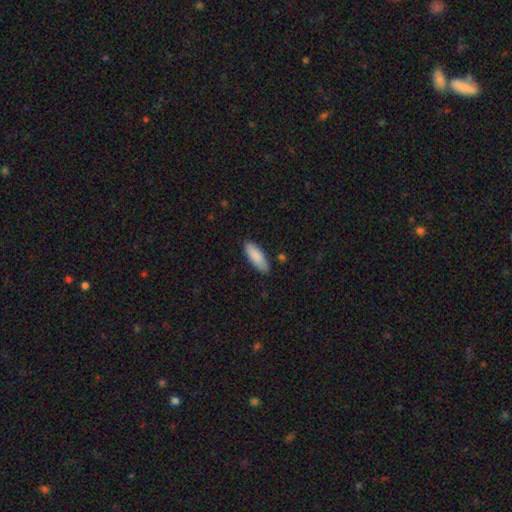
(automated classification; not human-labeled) Morphology: type=smooth (88%); roundness=in between (70%); merging=none (82%).